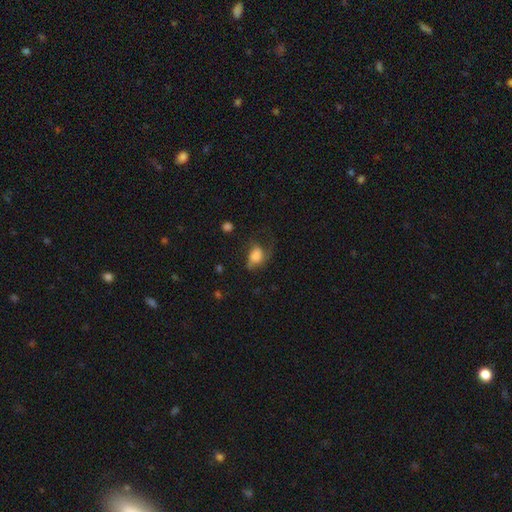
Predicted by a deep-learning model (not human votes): The model was most divided on "merging": major disturbance: 38%, none: 33%, minor disturbance: 26%, merger: 3%. More confident: how rounded — in between (76%); smooth or featured — smooth (67%).